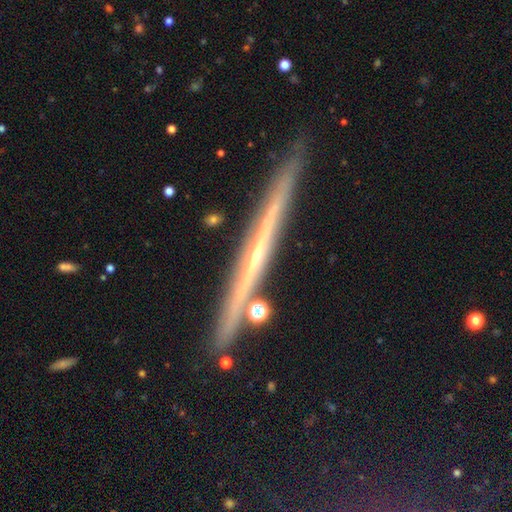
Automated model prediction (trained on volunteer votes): The model was most divided on "edge-on bulge": none: 51%, rounded: 45%, boxy: 4%. More confident: edge-on disk — yes (97%); merging — none (86%); smooth or featured — featured or disk (77%).